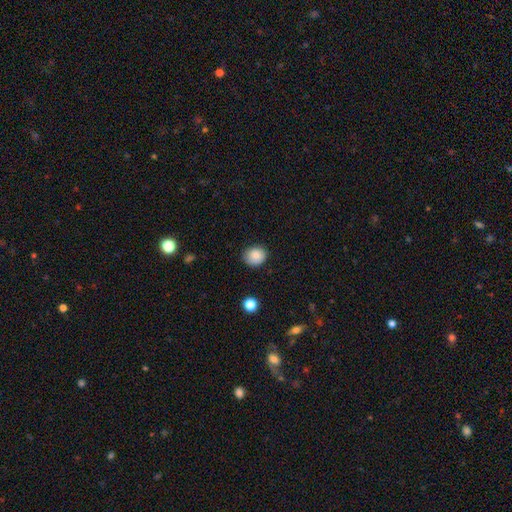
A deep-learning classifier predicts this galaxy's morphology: Overall: smooth (85%). How rounded: round (65%; in between 34%). Merging: none (77%).